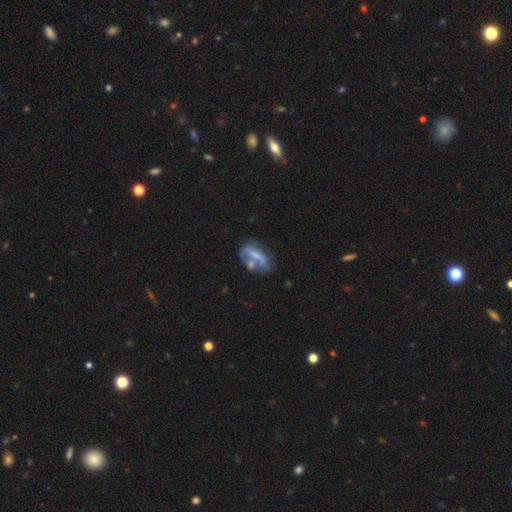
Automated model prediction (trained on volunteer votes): A featured or disk galaxy (55%).

Vote fractions:
- Smooth or featured? featured or disk: 55% / smooth: 36% / star or artifact: 9%
- Edge-on disk? no: 90% / yes: 10%
- Merging? none: 33% / major disturbance: 23% / merger: 22% / minor disturbance: 21%